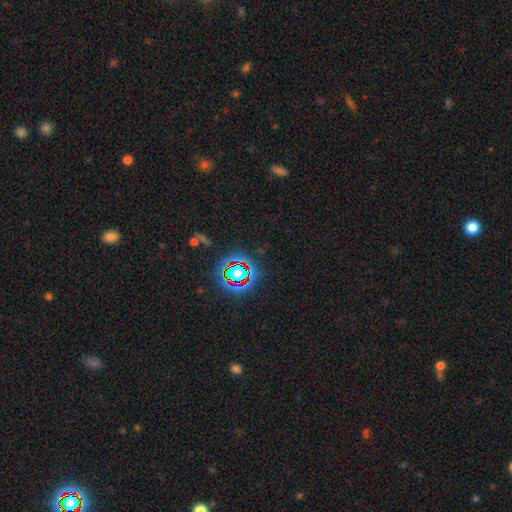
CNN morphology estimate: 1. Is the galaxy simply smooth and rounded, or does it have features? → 73% star or artifact, 17% smooth, 10% featured or disk.